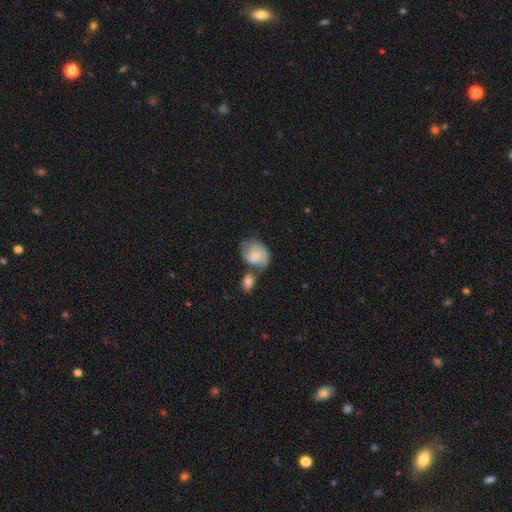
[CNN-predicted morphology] smooth 50%, featured or disk 43%, star or artifact 7%. Down the decision tree: how rounded — in between (60%); merging — merger (38%).